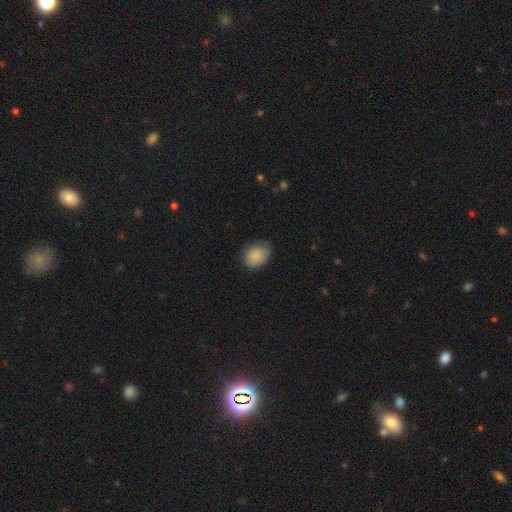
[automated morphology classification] Q: Smooth or featured?
A: smooth (84%); runner-up: featured or disk (9%)
Q: How rounded?
A: in between (62%); runner-up: round (37%)
Q: Merging?
A: none (63%); runner-up: minor disturbance (29%)